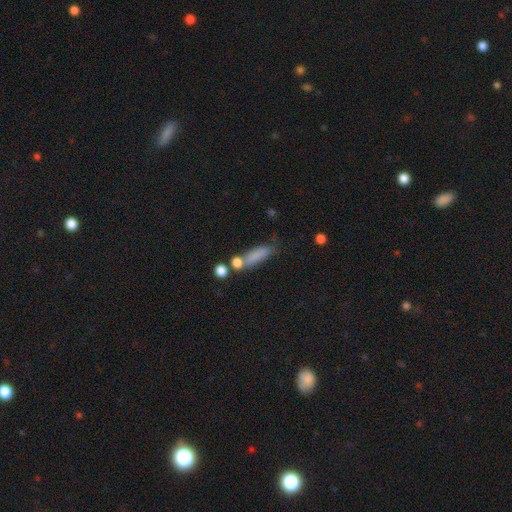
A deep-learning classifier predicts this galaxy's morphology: Smooth or featured: smooth — 77% (featured or disk — 13%)
How rounded: cigar-shaped — 50% (in between — 46%)
Merging: none — 51% (minor disturbance — 20%)